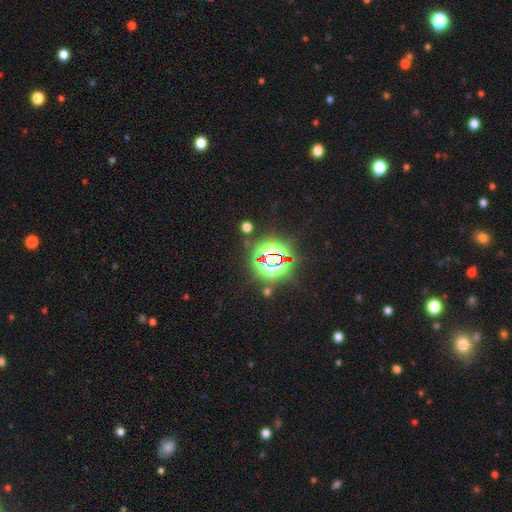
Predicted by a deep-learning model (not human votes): Q: Smooth or featured?
A: star or artifact (84%); runner-up: smooth (10%)